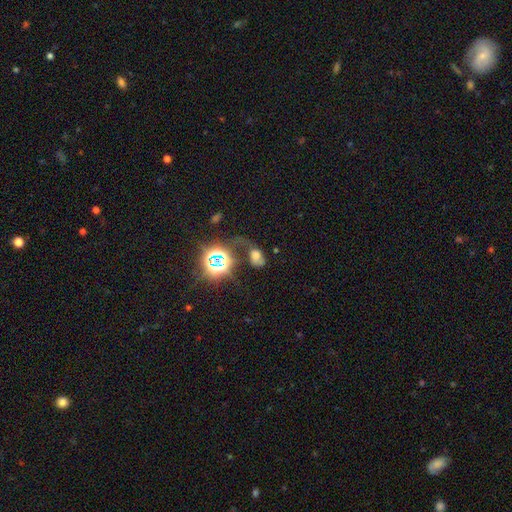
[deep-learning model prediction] Smooth or featured: smooth — 45% (featured or disk — 29%)
Merging: major disturbance — 39% (none — 27%)